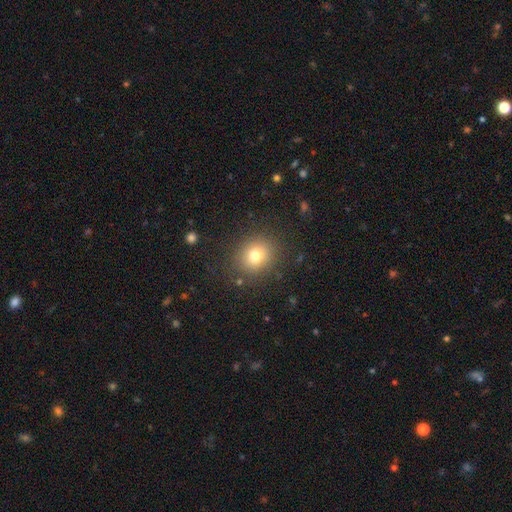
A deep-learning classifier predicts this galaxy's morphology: Smooth or featured? Predicted: smooth (p=0.75). How rounded? Predicted: round (p=0.78). Merging? Predicted: none (p=0.86).